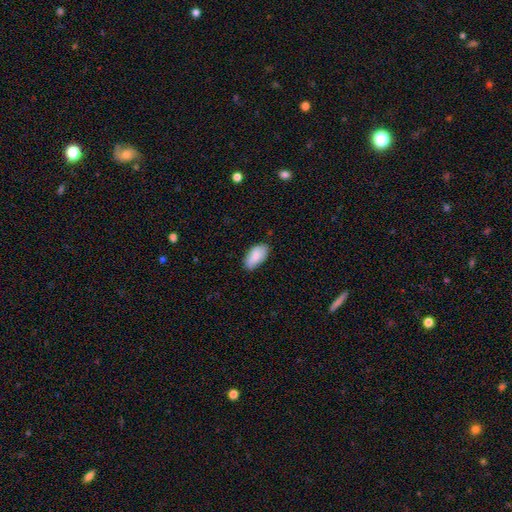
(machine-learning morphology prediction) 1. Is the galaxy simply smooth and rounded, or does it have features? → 81% smooth, 12% featured or disk, 6% star or artifact.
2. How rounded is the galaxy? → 93% in between, 4% cigar-shaped, 2% round.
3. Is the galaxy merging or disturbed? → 76% none, 19% minor disturbance, 3% major disturbance, 1% merger.